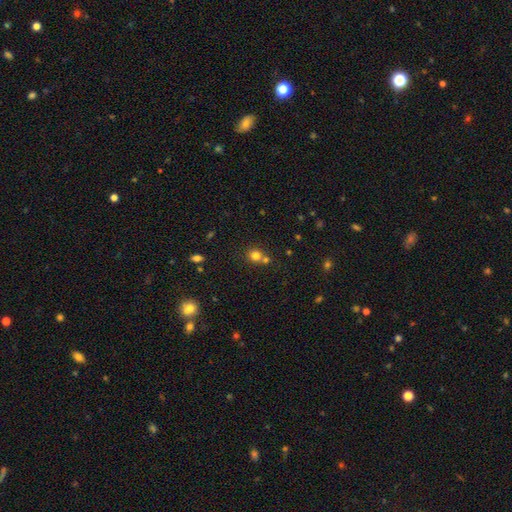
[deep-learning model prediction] Smooth or featured? Predicted: smooth (p=0.77). How rounded? Predicted: round (p=0.85). Merging? Predicted: none (p=0.54).